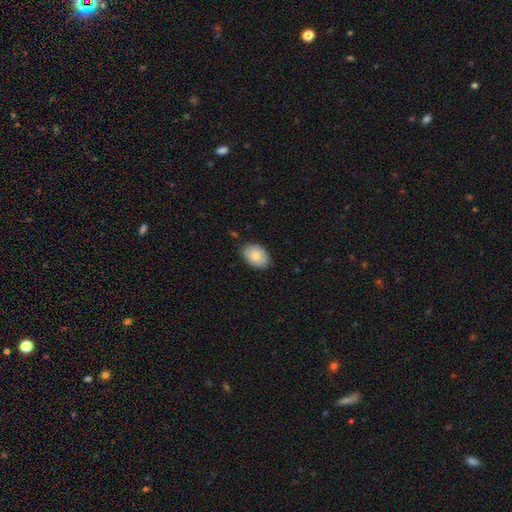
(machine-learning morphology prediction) Smooth or featured? smooth (80%)
How rounded? in between (85%)
Merging? none (80%)